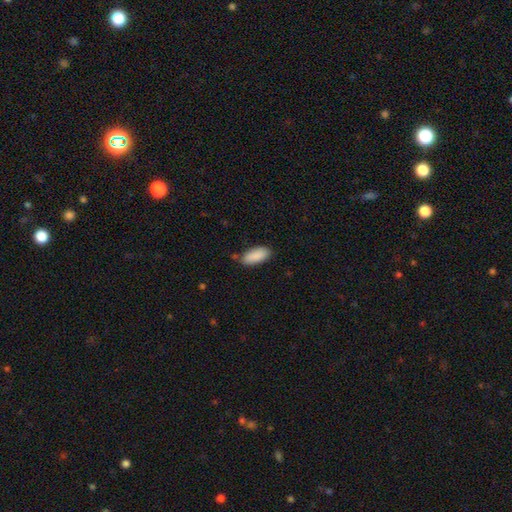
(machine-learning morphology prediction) Smooth or featured?
  - smooth: 90% *
  - star or artifact: 6%
  - featured or disk: 4%
How rounded?
  - in between: 87% *
  - cigar-shaped: 11%
  - round: 2%
Merging?
  - none: 80% *
  - minor disturbance: 14%
  - merger: 3%
  - major disturbance: 3%